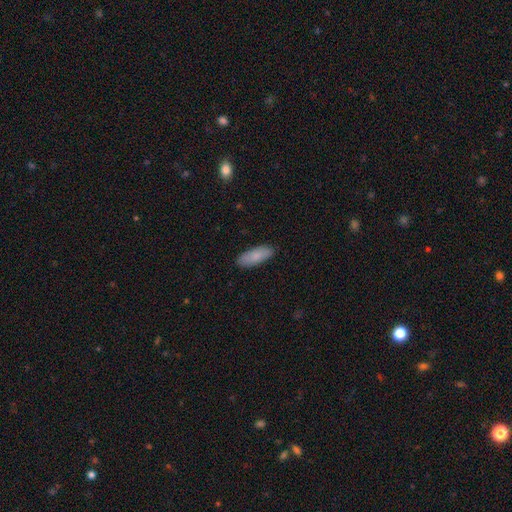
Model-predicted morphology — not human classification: This appears to be a smooth galaxy with no disk features (86%) that is in between round and cigar-shaped (79%). Merging: none (88%).